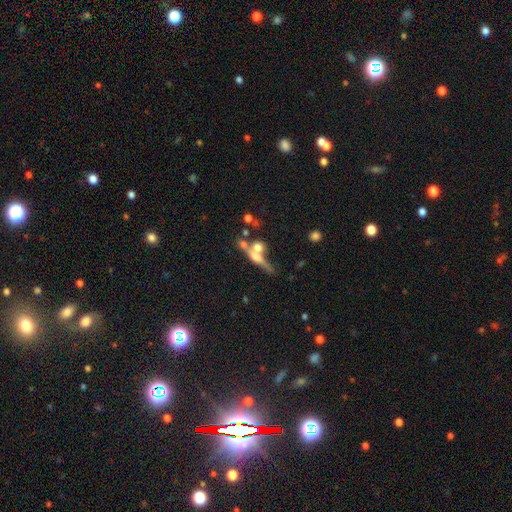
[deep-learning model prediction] Overall: featured or disk (50%; smooth 38%). Edge-on disk: yes (74%). Merging: none (41%; merger 36%).